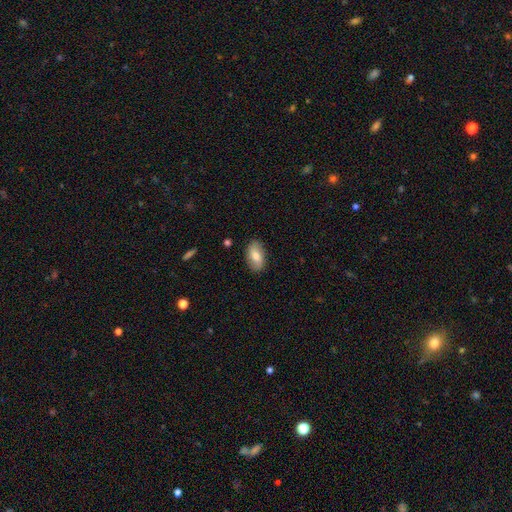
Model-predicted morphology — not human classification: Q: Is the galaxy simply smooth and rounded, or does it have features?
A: smooth — 72%.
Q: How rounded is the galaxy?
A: in between — 92%.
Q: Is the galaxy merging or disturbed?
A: none — 86%.